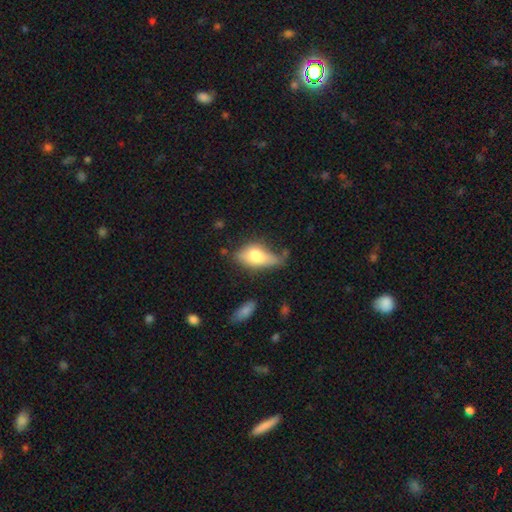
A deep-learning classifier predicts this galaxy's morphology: Q: Smooth or featured?
A: smooth (71%); runner-up: featured or disk (22%)
Q: How rounded?
A: in between (86%); runner-up: cigar-shaped (9%)
Q: Merging?
A: none (36%); runner-up: minor disturbance (35%)